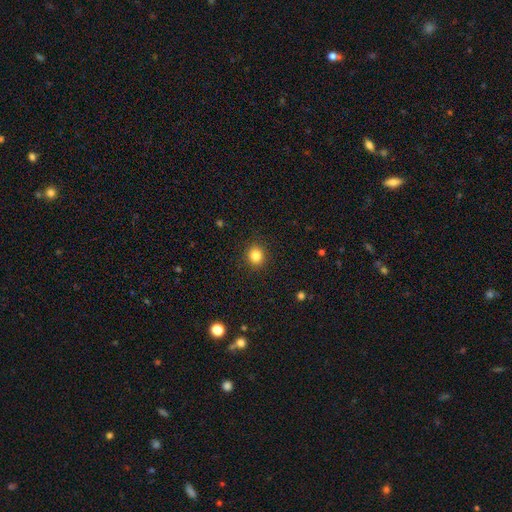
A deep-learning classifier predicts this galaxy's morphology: Smooth or featured?
  - smooth: 84% *
  - star or artifact: 11%
  - featured or disk: 5%
How rounded?
  - round: 85% *
  - in between: 14%
  - cigar-shaped: 1%
Merging?
  - none: 91% *
  - minor disturbance: 6%
  - major disturbance: 2%
  - merger: 1%